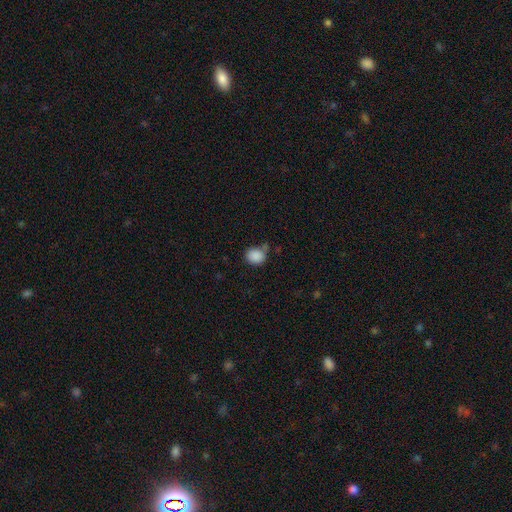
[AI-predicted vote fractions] A smooth galaxy with no disk features (88%) that is round (67%). Merging: none (65%).